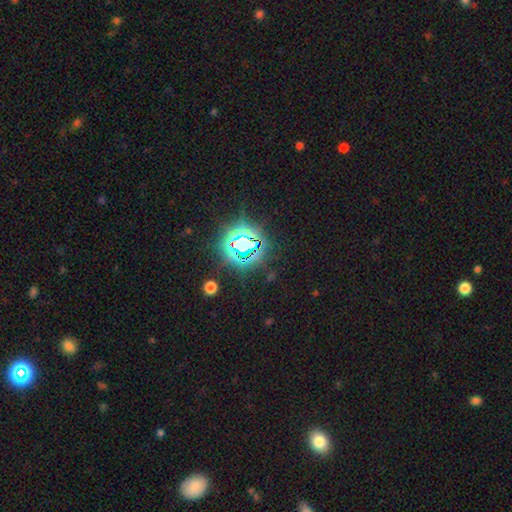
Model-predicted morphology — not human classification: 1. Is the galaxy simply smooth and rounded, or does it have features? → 79% star or artifact, 13% smooth, 8% featured or disk.